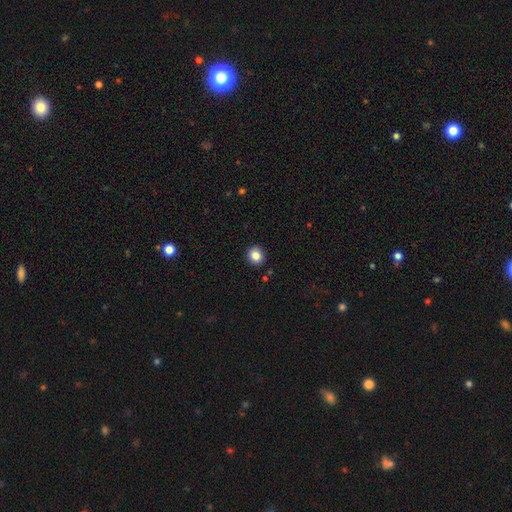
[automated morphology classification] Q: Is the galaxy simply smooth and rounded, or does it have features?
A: smooth — 84%.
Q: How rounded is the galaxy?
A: round — 81%.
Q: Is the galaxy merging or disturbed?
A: none — 92%.